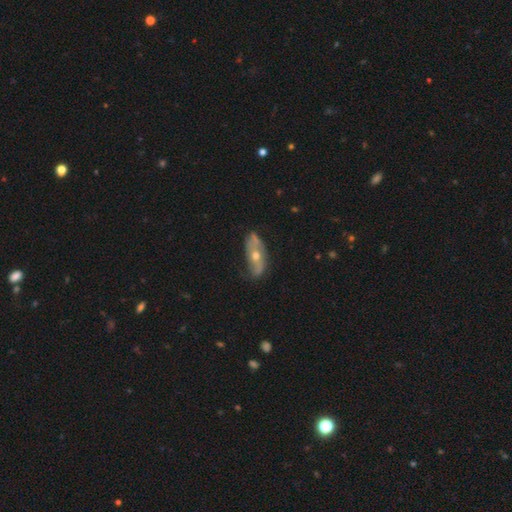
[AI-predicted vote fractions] Smooth or featured? Predicted: featured or disk (p=0.64). Edge-on disk? Predicted: no (p=0.76). Merging? Predicted: none (p=0.67).